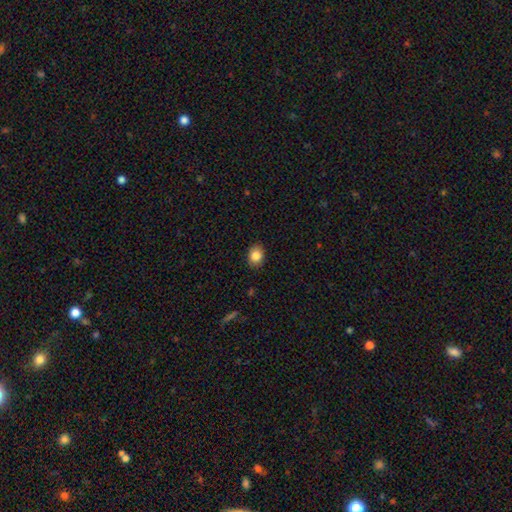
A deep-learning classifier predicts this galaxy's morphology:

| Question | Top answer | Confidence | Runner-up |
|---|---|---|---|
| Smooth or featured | smooth | 85% | star or artifact (9%) |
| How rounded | in between | 56% | round (43%) |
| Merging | none | 88% | minor disturbance (9%) |